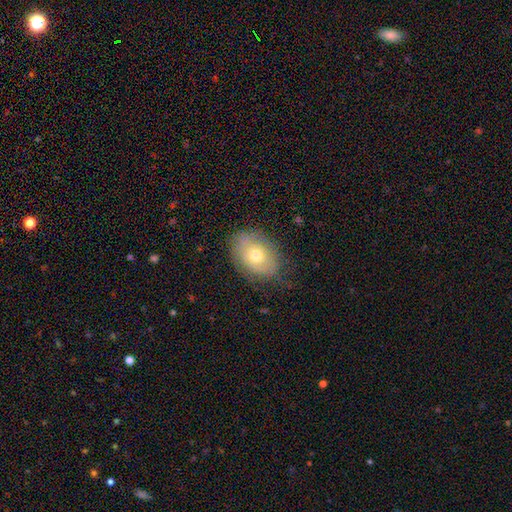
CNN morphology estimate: Smooth or featured?
  - smooth: 63% *
  - featured or disk: 29%
  - star or artifact: 9%
How rounded?
  - in between: 78% *
  - round: 21%
  - cigar-shaped: 1%
Merging?
  - none: 73% *
  - minor disturbance: 21%
  - major disturbance: 6%
  - merger: 1%